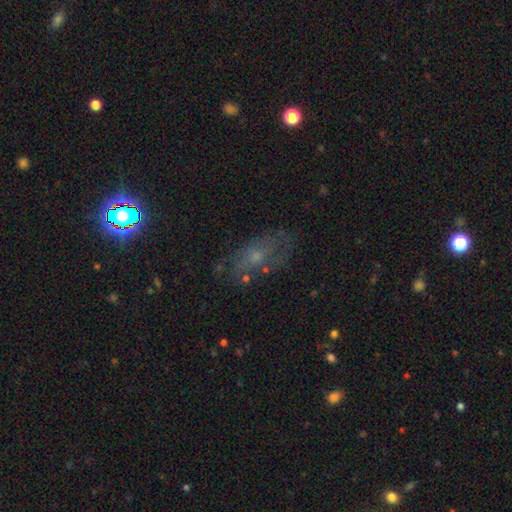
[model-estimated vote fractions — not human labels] smooth-or-featured: featured or disk: 42% | smooth: 35% | star or artifact: 23%
  merging: none: 59% | minor disturbance: 22% | major disturbance: 15% | merger: 4%